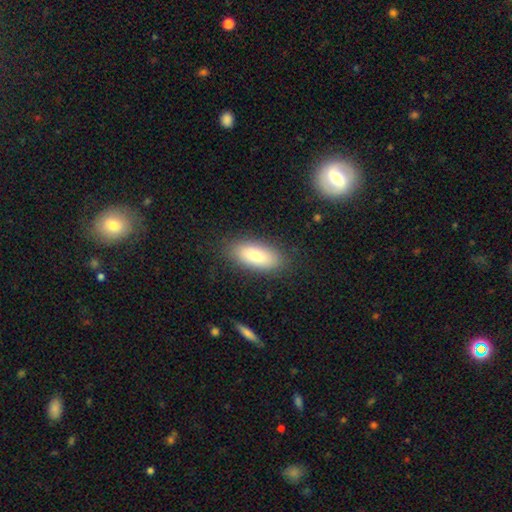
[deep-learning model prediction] The model was most divided on "smooth or featured": smooth: 81%, featured or disk: 12%, star or artifact: 7%. More confident: how rounded — in between (86%); merging — none (85%).